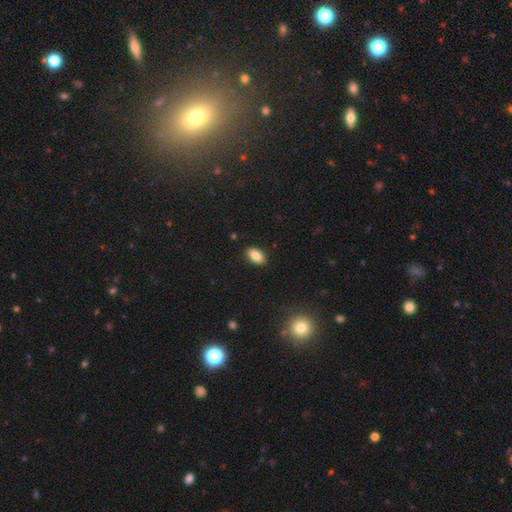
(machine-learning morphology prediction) Overall: smooth (84%). How rounded: in between (92%). Merging: none (89%).